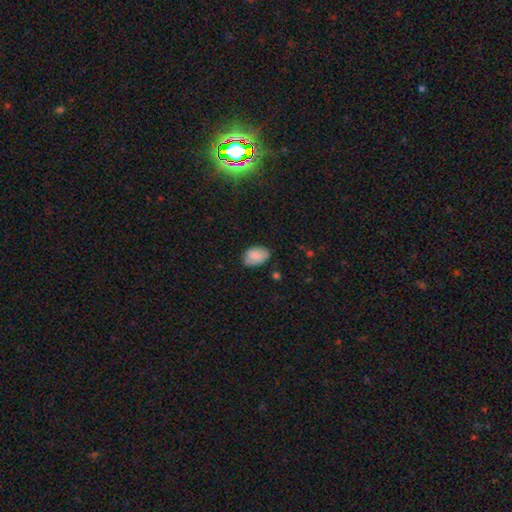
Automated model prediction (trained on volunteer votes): This is clearly a smooth galaxy (84%). How rounded: clearly in between (87%). Merging: likely none (74%).